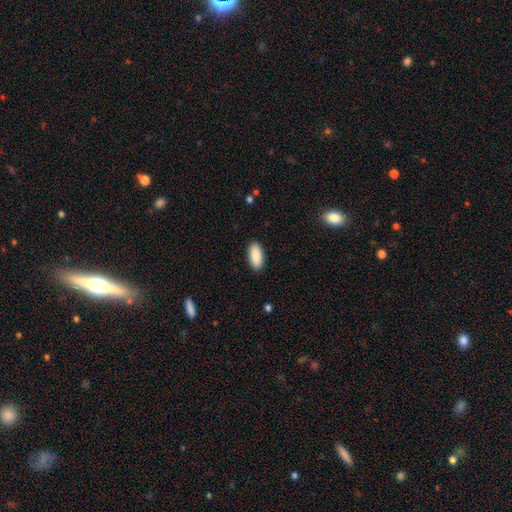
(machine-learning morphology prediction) Smooth or featured? smooth (90%)
How rounded? in between (89%)
Merging? none (90%)